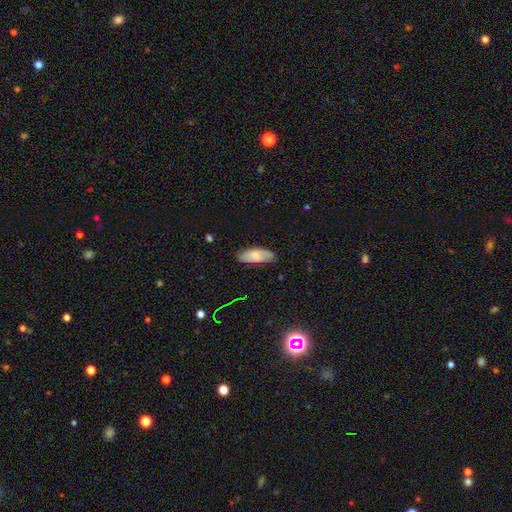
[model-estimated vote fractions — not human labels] Overall: smooth (71%). How rounded: in between (81%). Merging: none (78%).